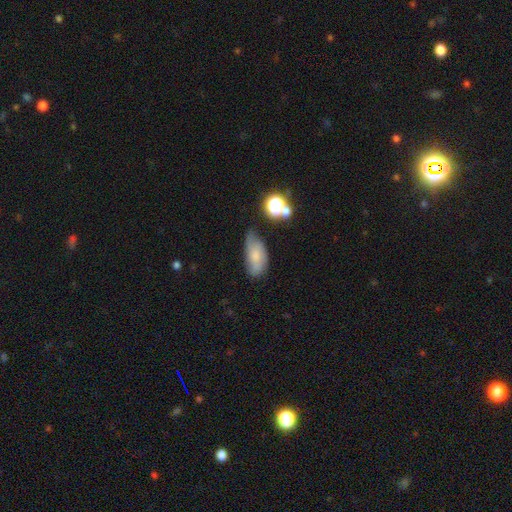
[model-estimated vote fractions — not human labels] The model was most divided on "merging": none: 44%, minor disturbance: 39%, major disturbance: 13%, merger: 4%. More confident: how rounded — in between (88%); smooth or featured — smooth (64%).